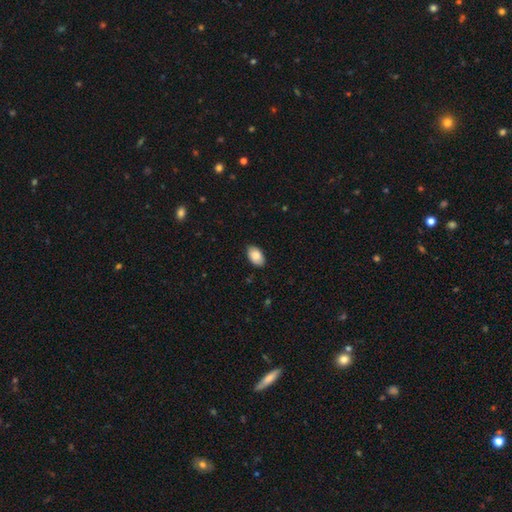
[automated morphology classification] Smooth or featured: smooth — 87% (featured or disk — 7%)
How rounded: in between — 93% (round — 6%)
Merging: none — 86% (minor disturbance — 11%)